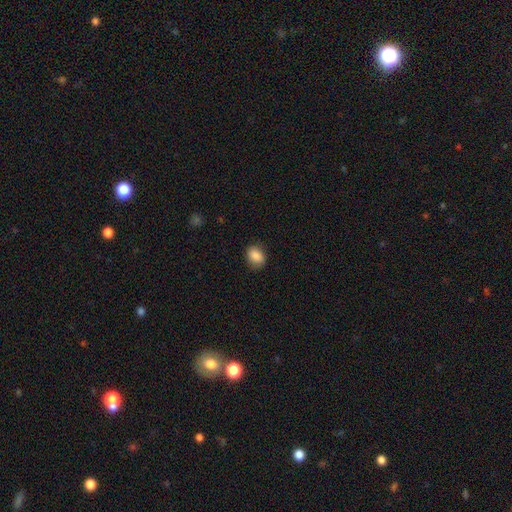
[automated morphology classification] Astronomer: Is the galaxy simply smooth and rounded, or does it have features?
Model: smooth — 88%.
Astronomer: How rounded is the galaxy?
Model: in between — 66%.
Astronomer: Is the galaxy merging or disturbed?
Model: none — 83%.